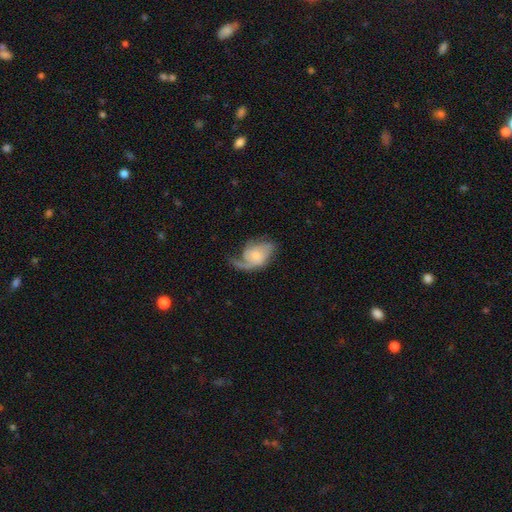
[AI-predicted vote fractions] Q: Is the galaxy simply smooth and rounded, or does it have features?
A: featured or disk — 71%.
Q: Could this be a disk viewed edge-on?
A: no — 97%.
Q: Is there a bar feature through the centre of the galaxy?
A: no — 71%.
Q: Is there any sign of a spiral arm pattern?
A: yes — 90%.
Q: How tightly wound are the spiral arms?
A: loose — 44%.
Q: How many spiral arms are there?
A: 1 — 45%.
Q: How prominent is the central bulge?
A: small — 51%.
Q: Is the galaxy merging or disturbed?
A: none — 39%.